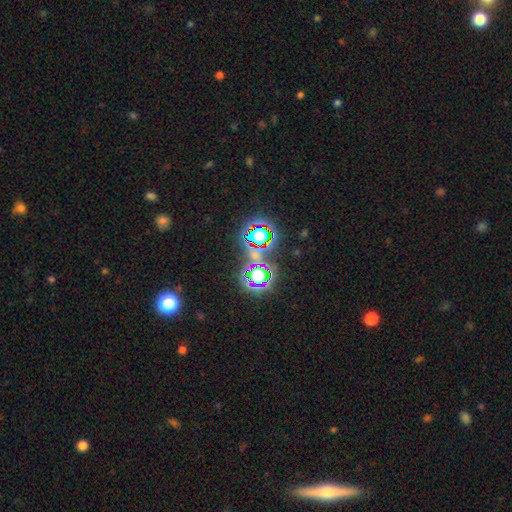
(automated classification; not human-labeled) smooth-or-featured: star or artifact: 72% | smooth: 18% | featured or disk: 10%